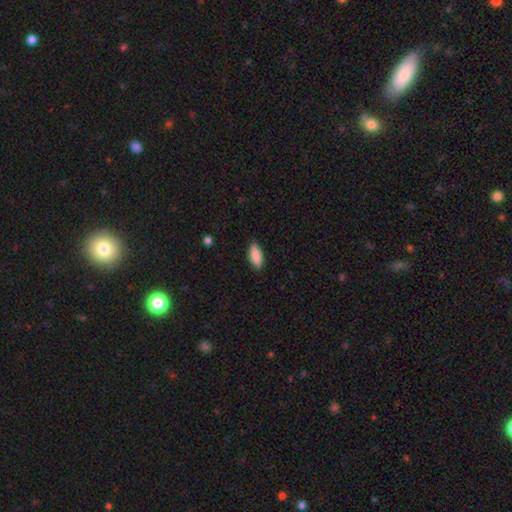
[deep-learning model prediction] Morphology: type=smooth (89%); roundness=in between (80%); merging=none (87%).